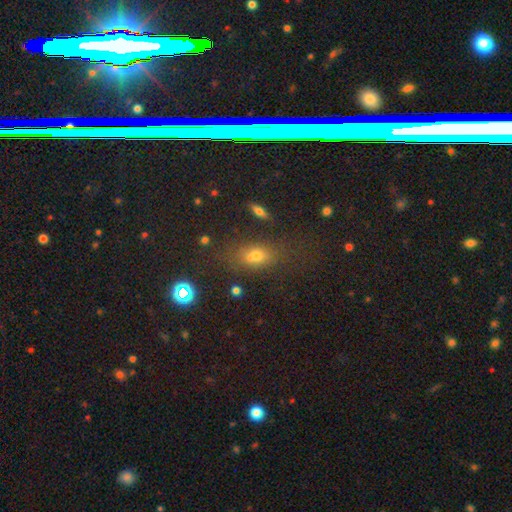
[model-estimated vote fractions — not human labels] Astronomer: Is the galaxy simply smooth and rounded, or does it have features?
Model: smooth — 62%.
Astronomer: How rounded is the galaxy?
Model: in between — 66%.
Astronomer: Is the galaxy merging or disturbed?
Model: none — 59%.